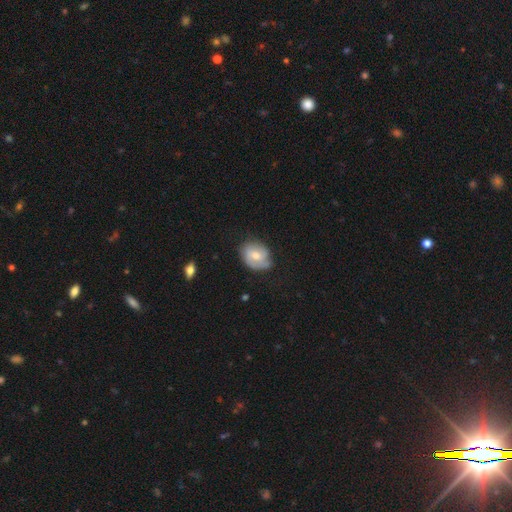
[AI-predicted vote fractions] A featured or disk galaxy (47%). Merging: none (62%).